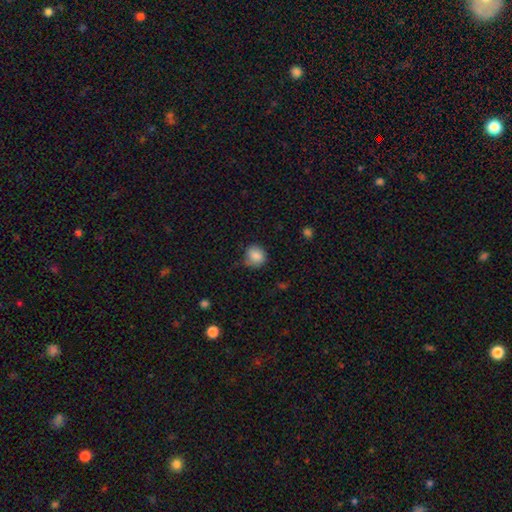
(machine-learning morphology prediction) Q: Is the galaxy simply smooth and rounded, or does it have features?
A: smooth — 85%.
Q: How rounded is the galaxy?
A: round — 77%.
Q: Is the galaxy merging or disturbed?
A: none — 69%.